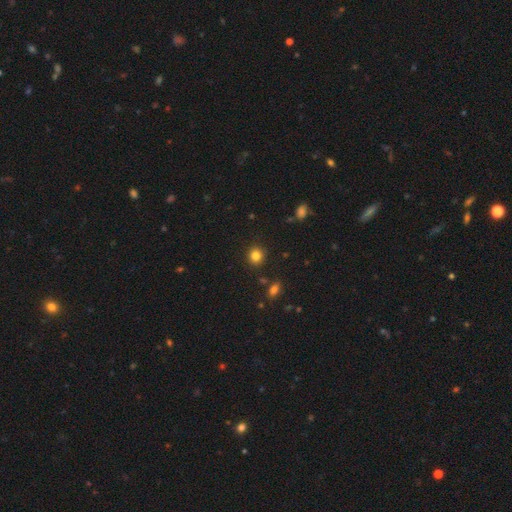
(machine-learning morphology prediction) A smooth galaxy with no disk features (83%) that is round (85%). Merging: none (89%).